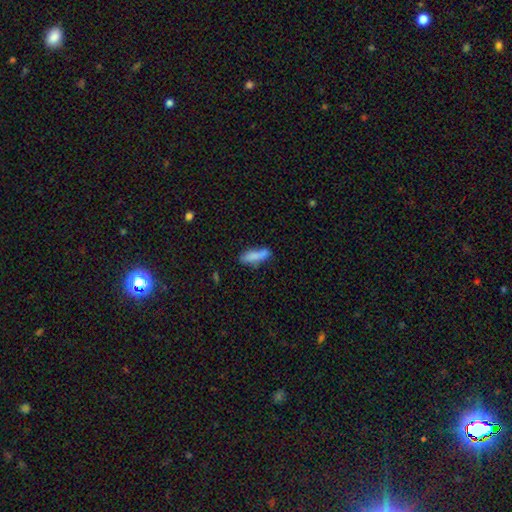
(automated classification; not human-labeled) This is clearly a smooth galaxy (82%). How rounded: possibly cigar-shaped (58%). Merging: possibly none (60%).